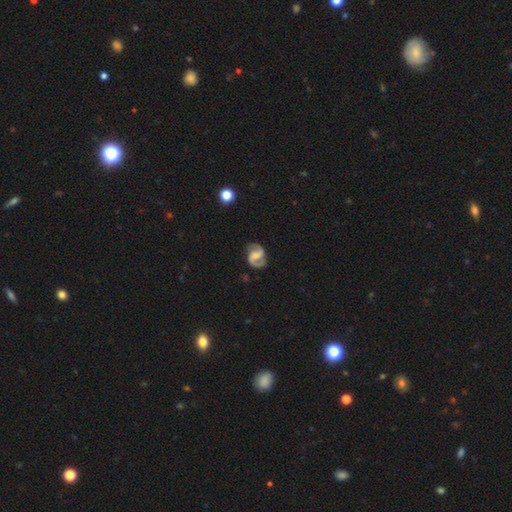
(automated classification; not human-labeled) Smooth or featured? featured or disk (89%)
Edge-on disk? no (98%)
Bar? weak (49%)
Spiral arms? yes (98%)
Spiral winding? medium (58%)
Spiral arm count? 2 (94%)
Bulge size? small (34%)
Merging? none (82%)